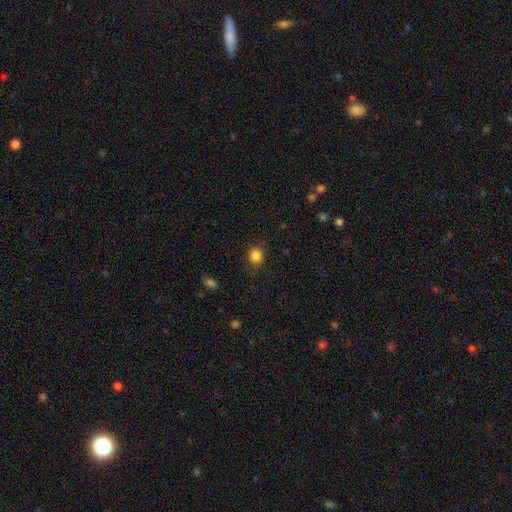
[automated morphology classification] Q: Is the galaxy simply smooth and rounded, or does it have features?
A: smooth — 85%.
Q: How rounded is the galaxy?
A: round — 75%.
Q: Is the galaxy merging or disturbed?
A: none — 81%.